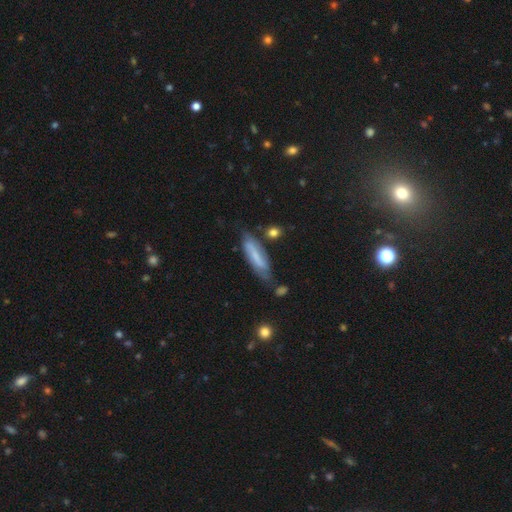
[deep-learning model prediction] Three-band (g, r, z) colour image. It shows a smooth galaxy with no disk features (53%) that is cigar-shaped (67%). Merging: none (64%).